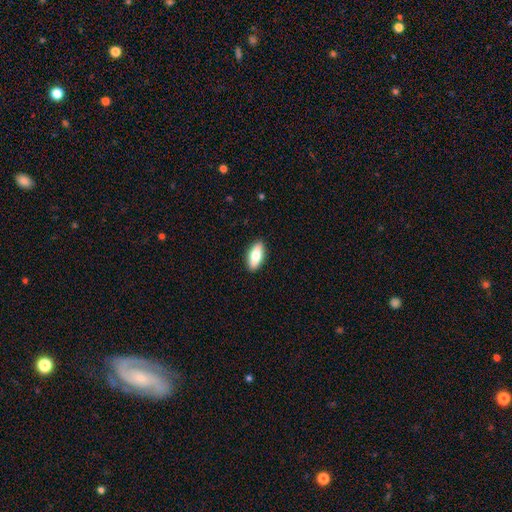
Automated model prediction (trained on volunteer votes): smooth_or_featured: smooth (p=0.71) [alt: featured or disk p=0.23]
how_rounded: in between (p=0.78) [alt: cigar-shaped p=0.19]
merging: none (p=0.89) [alt: minor disturbance p=0.08]